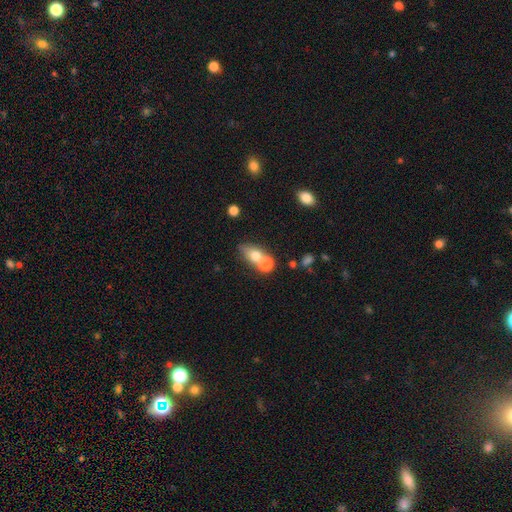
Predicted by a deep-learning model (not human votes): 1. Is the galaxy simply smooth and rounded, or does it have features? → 71% smooth, 18% featured or disk, 11% star or artifact.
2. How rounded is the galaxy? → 57% in between, 38% round, 5% cigar-shaped.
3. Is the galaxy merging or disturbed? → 54% merger, 31% none, 9% minor disturbance, 6% major disturbance.